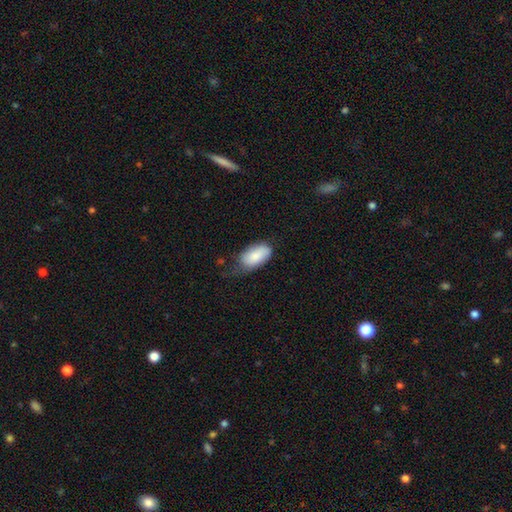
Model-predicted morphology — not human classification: smooth-or-featured: smooth: 83% | featured or disk: 11% | star or artifact: 6%
  how-rounded: in between: 95% | round: 3% | cigar-shaped: 2%
  merging: none: 46% | minor disturbance: 39% | major disturbance: 12% | merger: 2%